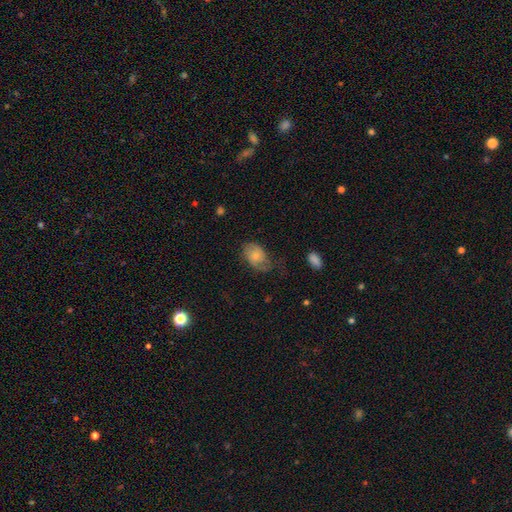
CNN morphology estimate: Overall: smooth (56%; featured or disk 37%). How rounded: in between (79%). Merging: none (44%; minor disturbance 32%).